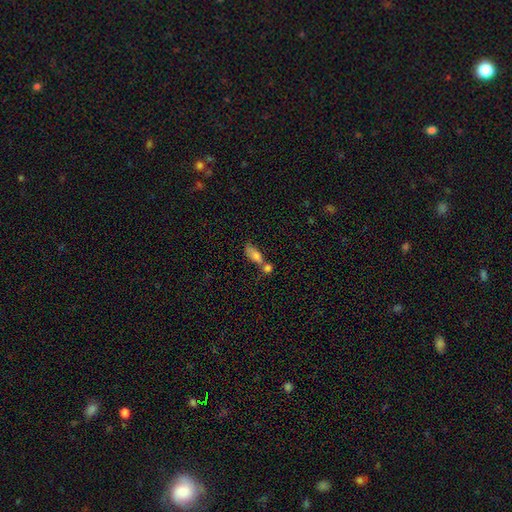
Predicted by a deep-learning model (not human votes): A smooth galaxy with no disk features (74%) that is in between round and cigar-shaped (76%).

Vote fractions:
- Smooth or featured? smooth: 74% / featured or disk: 16% / star or artifact: 10%
- How rounded? in between: 76% / cigar-shaped: 17% / round: 6%
- Merging? merger: 53% / none: 27% / minor disturbance: 12% / major disturbance: 8%